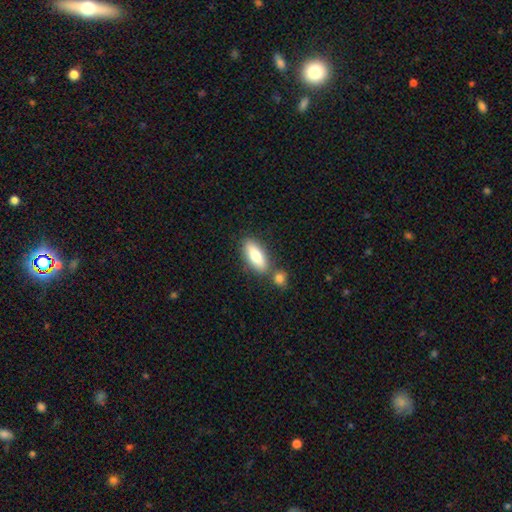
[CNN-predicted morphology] This appears to be a smooth galaxy with no disk features (76%) that is in between round and cigar-shaped (76%). Merging: none (66%).